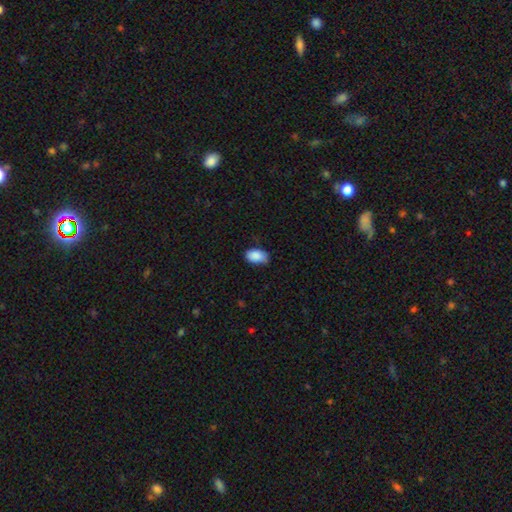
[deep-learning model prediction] smooth 89%, star or artifact 7%, featured or disk 4%. Down the decision tree: how rounded — in between (92%); merging — none (68%).